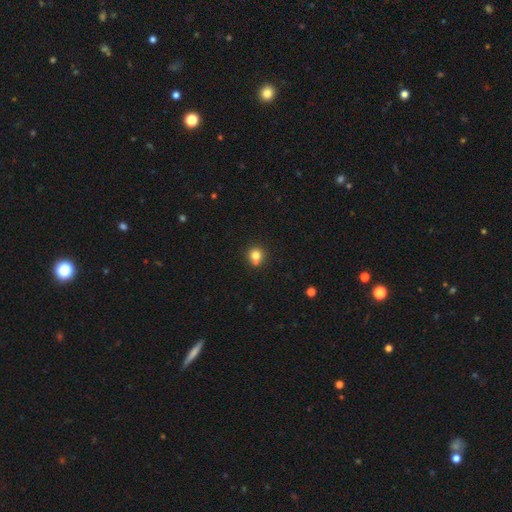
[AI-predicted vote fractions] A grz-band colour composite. It shows a smooth galaxy with no disk features (79%) that is round (90%). Merging: none (69%).